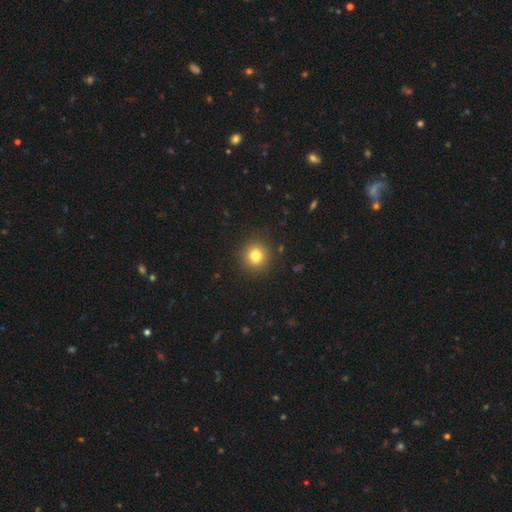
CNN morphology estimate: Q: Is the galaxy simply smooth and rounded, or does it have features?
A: smooth — 80%.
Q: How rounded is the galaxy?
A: round — 93%.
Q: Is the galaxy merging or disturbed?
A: none — 91%.